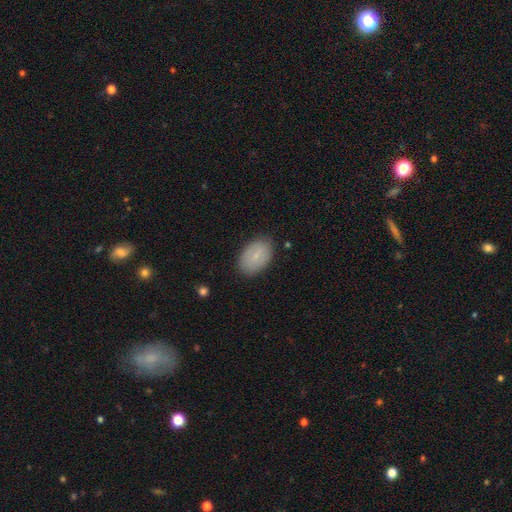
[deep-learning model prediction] smooth_or_featured: smooth (p=0.76) [alt: featured or disk p=0.17]
how_rounded: in between (p=0.91) [alt: round p=0.07]
merging: none (p=0.84) [alt: minor disturbance p=0.12]